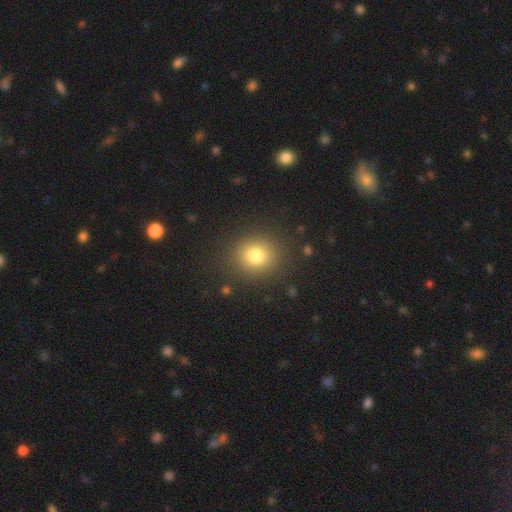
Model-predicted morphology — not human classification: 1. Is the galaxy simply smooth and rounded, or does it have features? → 79% smooth, 13% star or artifact, 7% featured or disk.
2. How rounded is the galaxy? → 80% round, 19% in between, 1% cigar-shaped.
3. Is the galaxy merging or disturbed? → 88% none, 7% minor disturbance, 3% major disturbance, 1% merger.